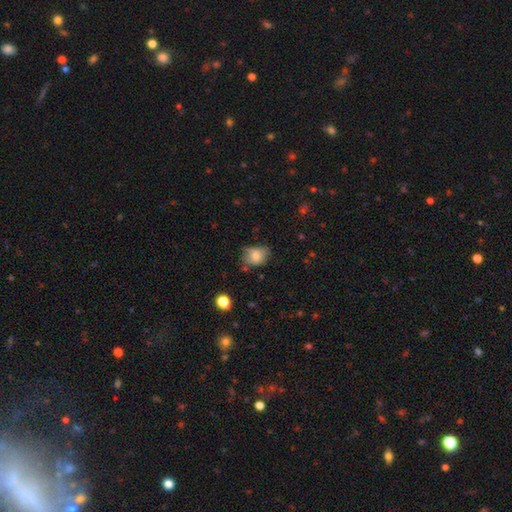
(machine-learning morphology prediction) smooth_or_featured: smooth (p=0.73) [alt: featured or disk p=0.17]
how_rounded: in between (p=0.58) [alt: round p=0.41]
merging: none (p=0.52) [alt: minor disturbance p=0.34]